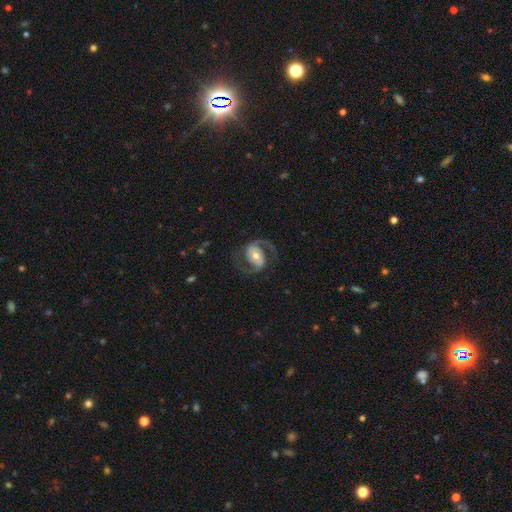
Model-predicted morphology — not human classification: type=featured or disk (86%); edge-on=no (97%); bar=no (41%); spiral arms=yes (95%); winding=medium (57%); arm count=2 (92%); bulge=moderate (64%); merging=none (74%).